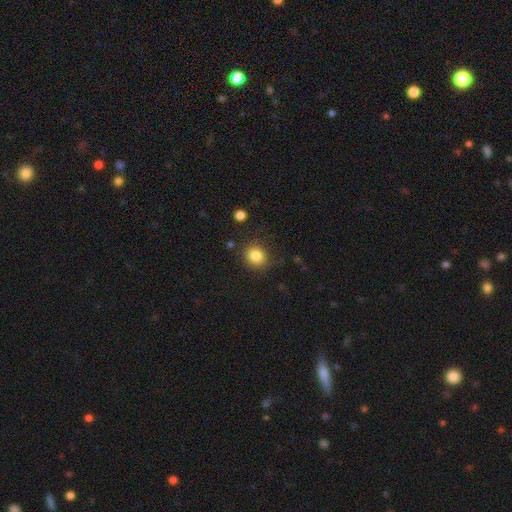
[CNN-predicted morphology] The model was most divided on "how rounded": round: 83%, in between: 16%, cigar-shaped: 1%. More confident: smooth or featured — smooth (83%); merging — none (83%).